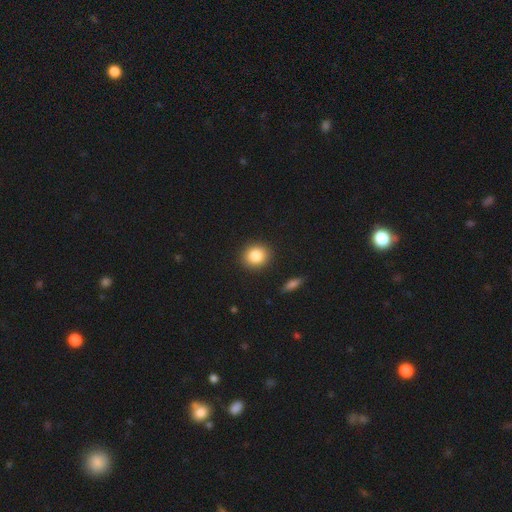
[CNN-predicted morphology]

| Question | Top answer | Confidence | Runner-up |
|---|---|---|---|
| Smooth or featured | smooth | 84% | star or artifact (9%) |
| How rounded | round | 79% | in between (20%) |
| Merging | none | 90% | minor disturbance (6%) |